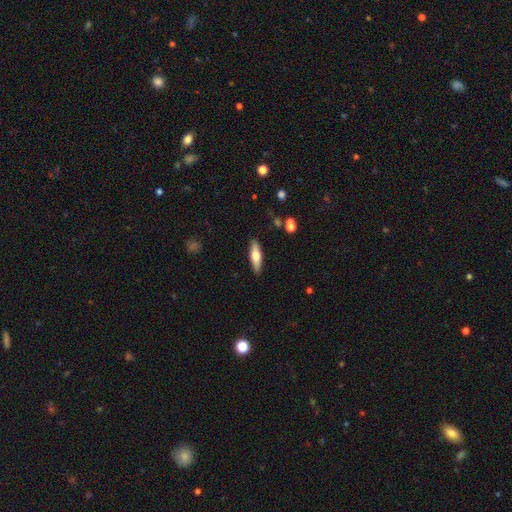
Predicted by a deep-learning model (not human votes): This appears to be a smooth galaxy with no disk features (54%) that is cigar-shaped (63%). Merging: none (88%).